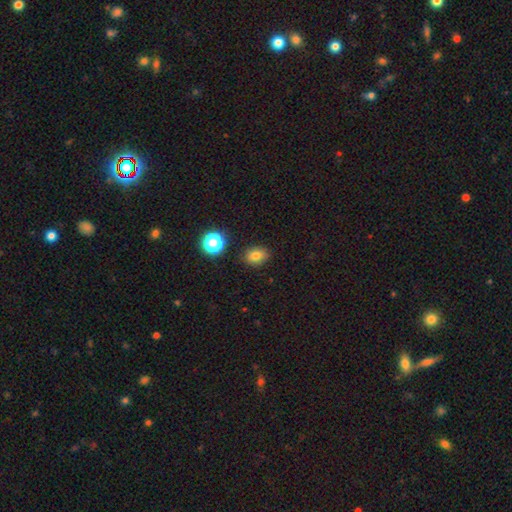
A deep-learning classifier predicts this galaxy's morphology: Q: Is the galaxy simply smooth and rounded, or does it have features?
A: smooth — 78%.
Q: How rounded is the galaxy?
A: in between — 53%.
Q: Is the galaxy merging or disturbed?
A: none — 85%.